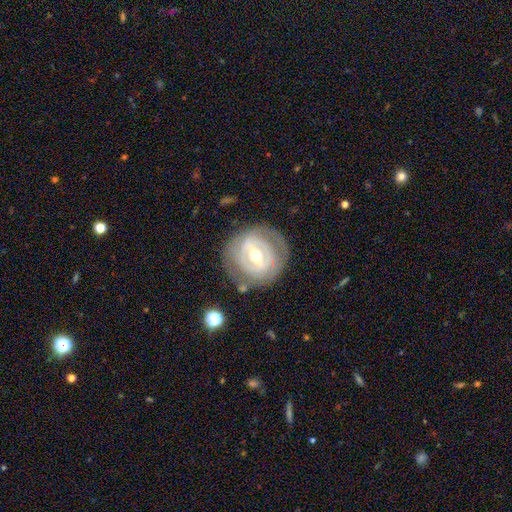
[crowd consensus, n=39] Q: Smooth or featured?
A: featured or disk (72%); runner-up: smooth (26%)
Q: Edge-on disk?
A: no (100%)
Q: Bar?
A: strong (46%); runner-up: weak (32%)
Q: Spiral arms?
A: yes (61%); runner-up: no (39%)
Q: Spiral winding?
A: tight (47%); runner-up: medium (41%)
Q: Spiral arm count?
A: can't tell (47%); runner-up: 2 (29%)
Q: Bulge size?
A: moderate (79%); runner-up: small (14%)
Q: Merging?
A: none (74%); runner-up: minor disturbance (16%)